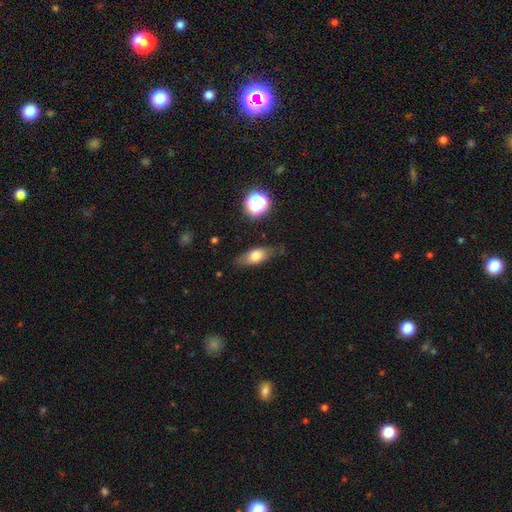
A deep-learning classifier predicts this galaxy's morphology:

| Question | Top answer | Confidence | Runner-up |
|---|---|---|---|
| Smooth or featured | smooth | 69% | featured or disk (22%) |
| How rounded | in between | 75% | cigar-shaped (17%) |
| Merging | none | 74% | minor disturbance (19%) |